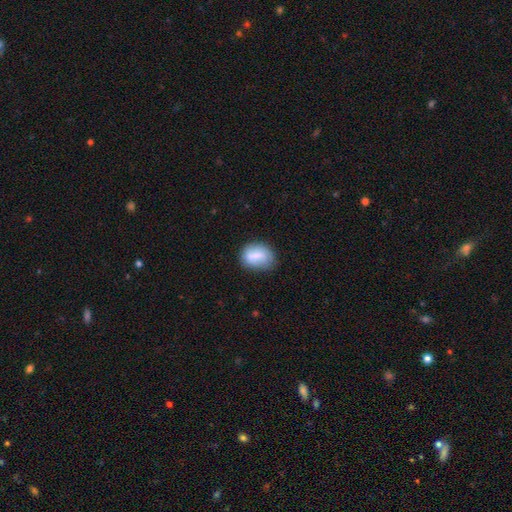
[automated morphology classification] This appears to be a smooth galaxy with no disk features (75%) that is in between round and cigar-shaped (68%). Merging: none (66%).